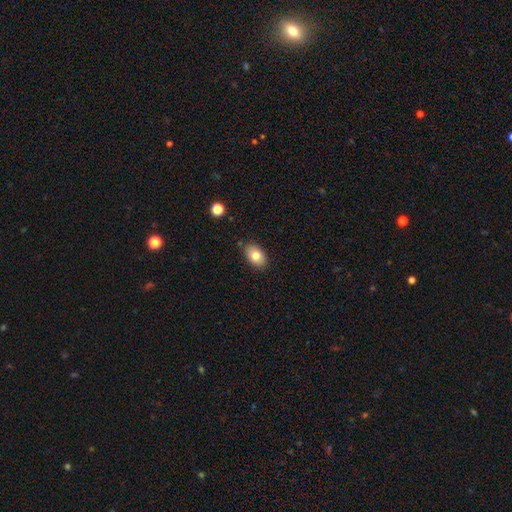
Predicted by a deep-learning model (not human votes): A smooth galaxy with no disk features (80%) that is in between round and cigar-shaped (88%). Merging: none (83%).